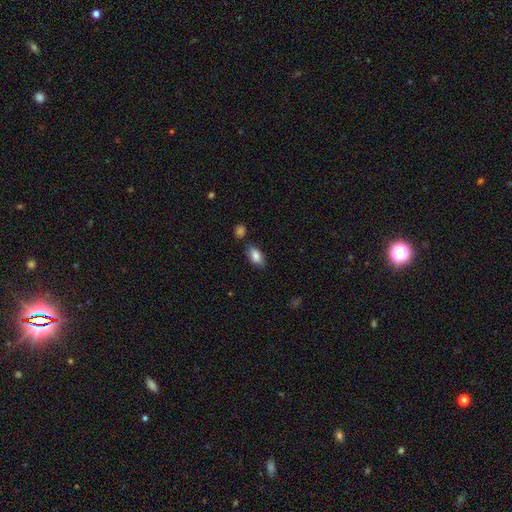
smooth 72%, featured or disk 18%, star or artifact 10%. Down the decision tree: how rounded — in between (89%); merging — none (80%).